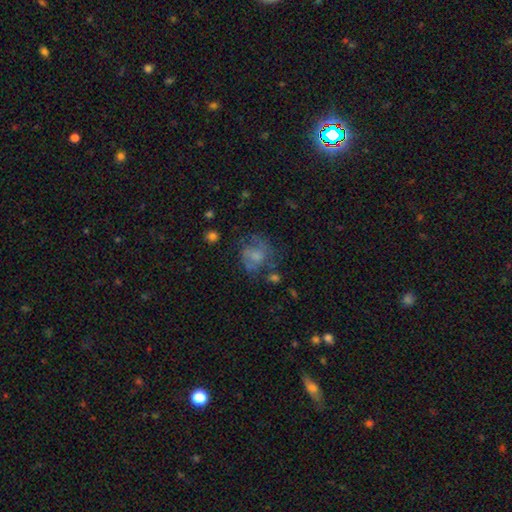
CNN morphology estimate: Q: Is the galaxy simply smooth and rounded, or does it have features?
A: smooth — 44%.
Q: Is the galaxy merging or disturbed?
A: none — 46%.